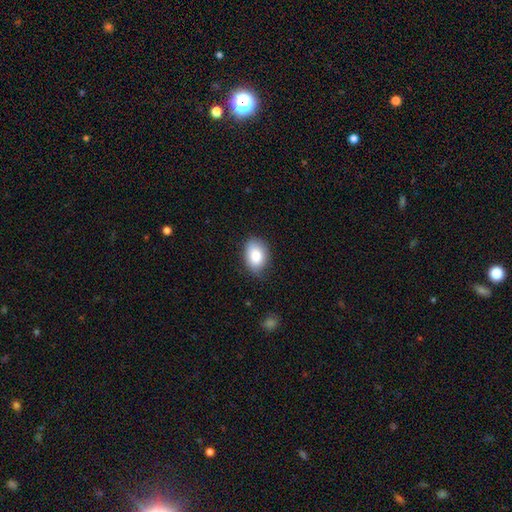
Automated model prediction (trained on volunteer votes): smooth 85%, featured or disk 8%, star or artifact 7%. Down the decision tree: how rounded — in between (83%); merging — none (73%).